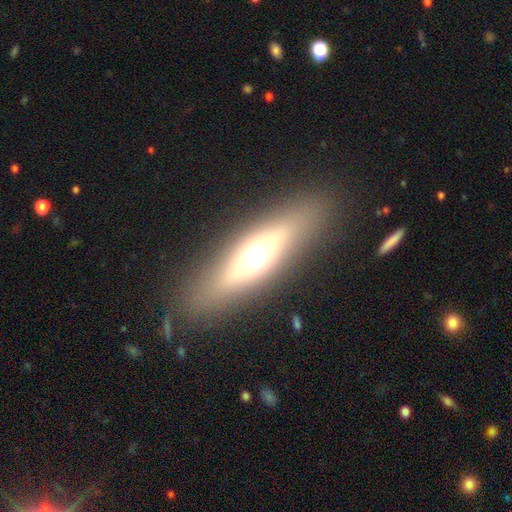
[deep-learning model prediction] Smooth or featured: smooth — 47% (featured or disk — 44%)
Merging: none — 86% (minor disturbance — 9%)